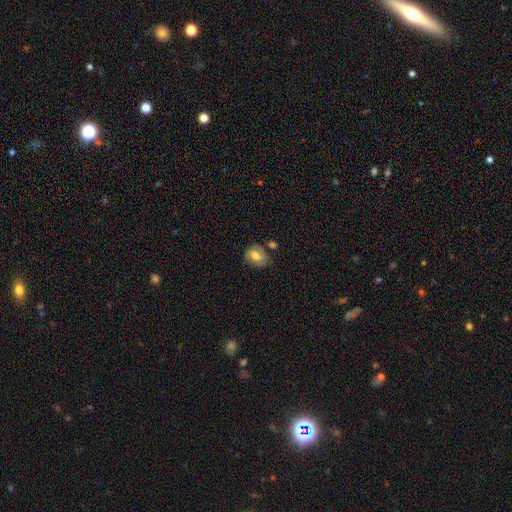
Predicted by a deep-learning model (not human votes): Q: Smooth or featured?
A: smooth (55%); runner-up: featured or disk (36%)
Q: How rounded?
A: in between (56%); runner-up: round (42%)
Q: Merging?
A: none (55%); runner-up: minor disturbance (26%)